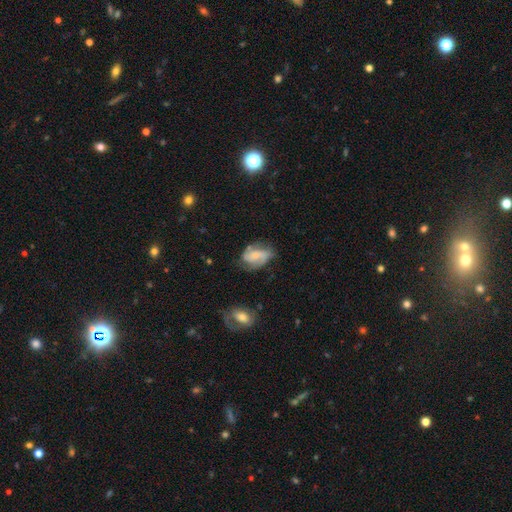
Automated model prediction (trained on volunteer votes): Q: Smooth or featured?
A: featured or disk (59%); runner-up: smooth (33%)
Q: Edge-on disk?
A: no (96%); runner-up: yes (4%)
Q: Bar?
A: no (52%); runner-up: weak (37%)
Q: Spiral arms?
A: yes (87%); runner-up: no (13%)
Q: Bulge size?
A: small (44%); runner-up: none (26%)
Q: Merging?
A: none (53%); runner-up: minor disturbance (29%)